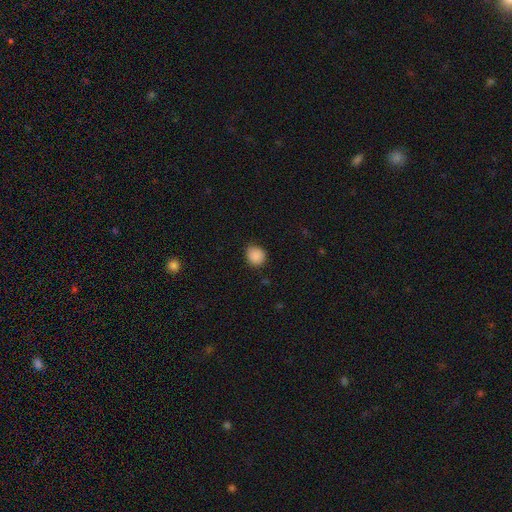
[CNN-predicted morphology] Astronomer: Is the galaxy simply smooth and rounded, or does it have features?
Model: smooth — 88%.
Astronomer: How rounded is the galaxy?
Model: round — 81%.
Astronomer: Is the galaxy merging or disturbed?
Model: none — 80%.